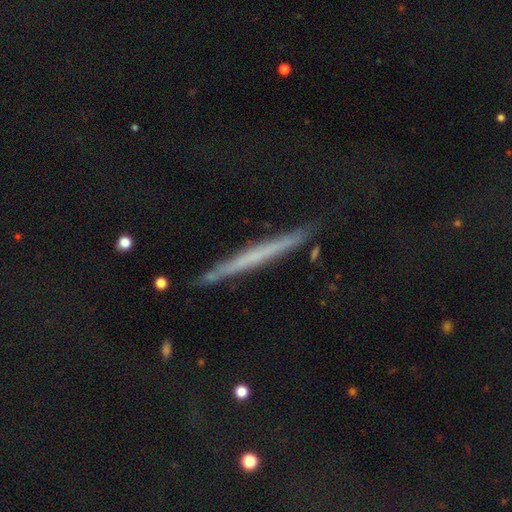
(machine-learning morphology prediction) Smooth or featured: featured or disk — 53% (smooth — 36%)
Edge-on disk: yes — 96% (no — 4%)
Edge-on bulge: none — 86% (rounded — 9%)
Merging: none — 87% (minor disturbance — 10%)